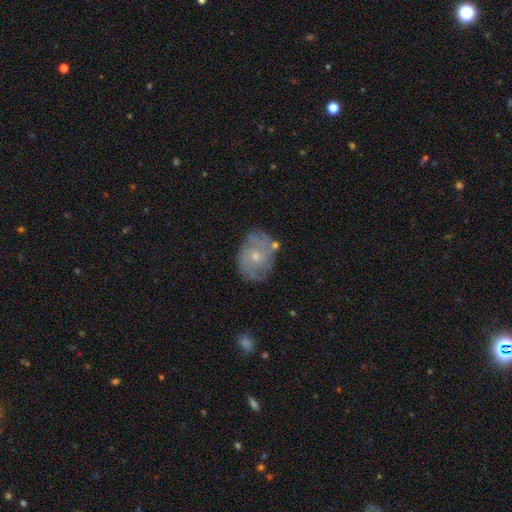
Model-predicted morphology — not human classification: Smooth or featured: featured or disk — 66% (smooth — 26%)
Edge-on disk: no — 97% (yes — 3%)
Bar: no — 75% (weak — 22%)
Spiral arms: yes — 80% (no — 20%)
Spiral winding: tight — 45% (medium — 38%)
Spiral arm count: can't tell — 40% (2 — 28%)
Bulge size: small — 63% (moderate — 34%)
Merging: none — 68% (minor disturbance — 21%)